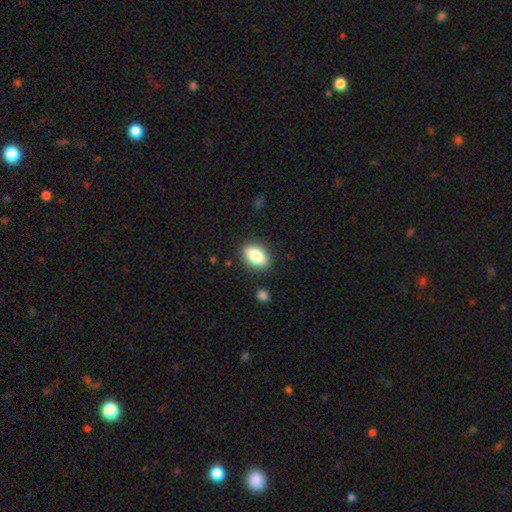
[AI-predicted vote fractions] Q: Smooth or featured?
A: smooth (76%); runner-up: featured or disk (16%)
Q: How rounded?
A: in between (82%); runner-up: round (13%)
Q: Merging?
A: none (87%); runner-up: minor disturbance (9%)